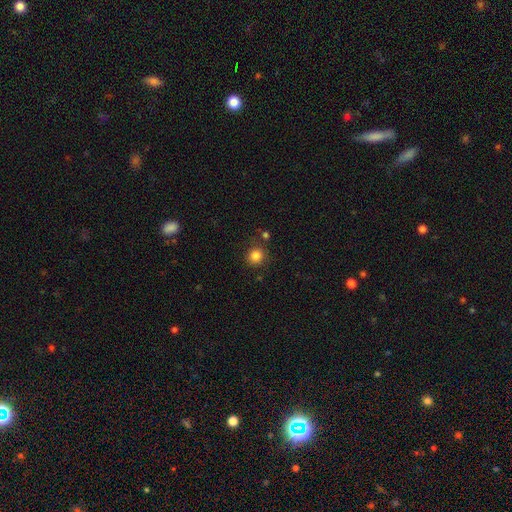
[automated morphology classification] This is clearly a smooth galaxy (84%). How rounded: clearly round (89%). Merging: clearly none (83%).